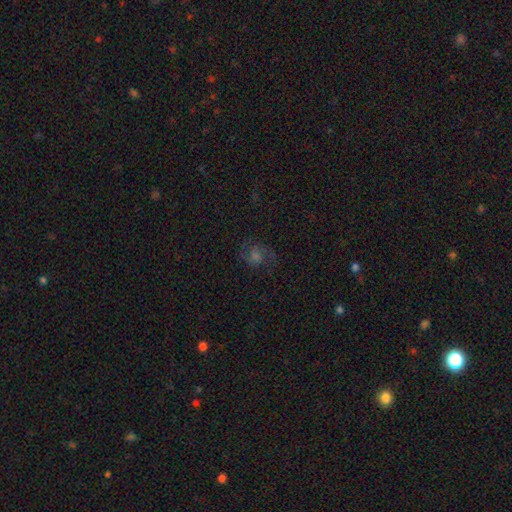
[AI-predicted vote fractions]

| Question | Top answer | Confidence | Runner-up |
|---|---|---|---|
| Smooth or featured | featured or disk | 62% | star or artifact (19%) |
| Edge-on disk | no | 97% | yes (3%) |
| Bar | no | 63% | weak (31%) |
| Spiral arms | yes | 94% | no (6%) |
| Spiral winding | medium | 51% | loose (29%) |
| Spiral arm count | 2 | 82% | can't tell (8%) |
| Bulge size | moderate | 43% | small (34%) |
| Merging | none | 74% | minor disturbance (15%) |